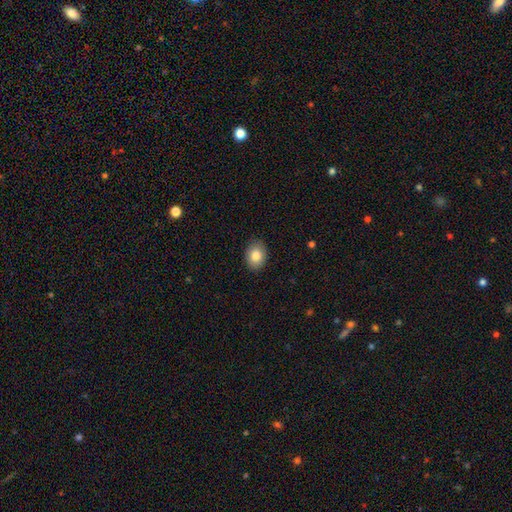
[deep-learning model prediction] Overall: smooth (85%). How rounded: in between (66%; round 33%). Merging: none (87%).